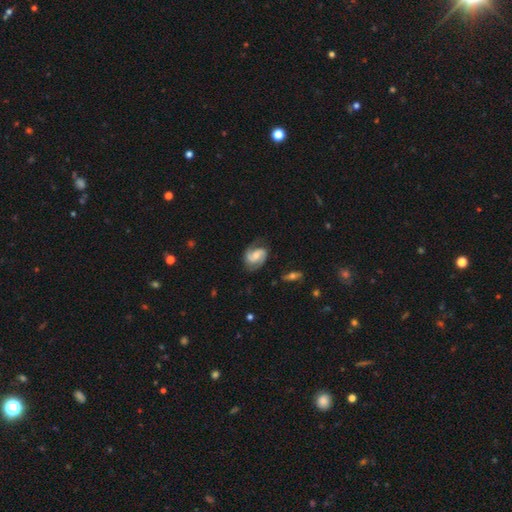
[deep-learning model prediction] Q: Smooth or featured?
A: featured or disk (80%); runner-up: smooth (14%)
Q: Edge-on disk?
A: no (97%); runner-up: yes (3%)
Q: Bar?
A: weak (45%); runner-up: no (40%)
Q: Spiral arms?
A: yes (96%); runner-up: no (4%)
Q: Spiral winding?
A: medium (50%); runner-up: tight (26%)
Q: Spiral arm count?
A: 2 (89%); runner-up: can't tell (4%)
Q: Bulge size?
A: moderate (49%); runner-up: small (37%)
Q: Merging?
A: none (73%); runner-up: minor disturbance (18%)